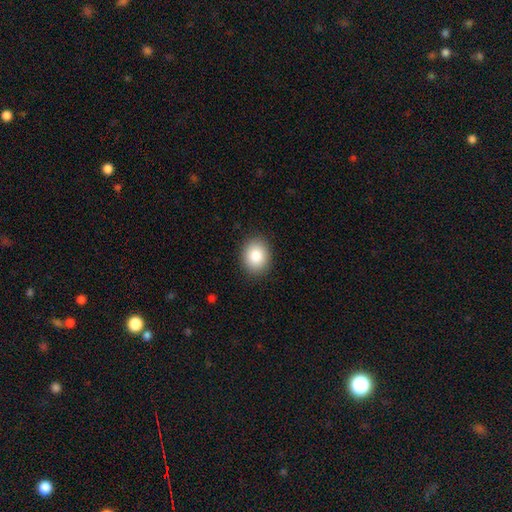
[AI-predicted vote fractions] Morphology: type=smooth (85%); roundness=round (51%); merging=none (89%).